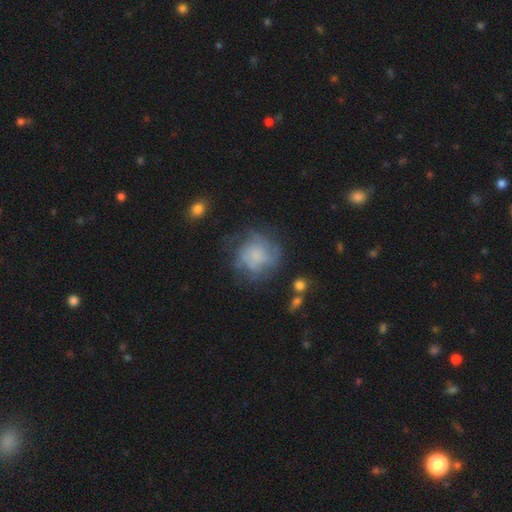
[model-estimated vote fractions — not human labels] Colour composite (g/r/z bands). It shows a featured or disk galaxy (54%) with no bar (79%), spiral arms (68%) and a small central bulge (37%). Merging: none (55%).